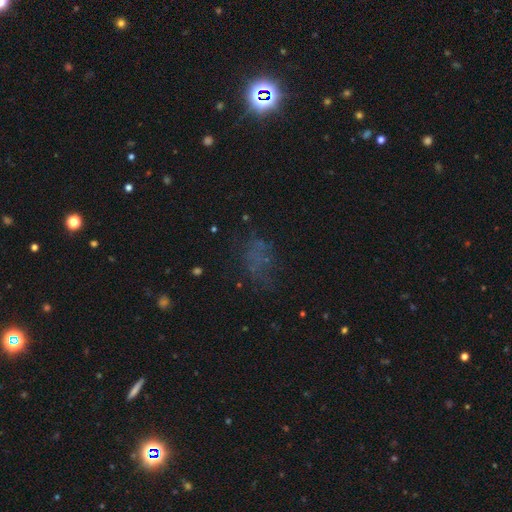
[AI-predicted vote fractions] Smooth or featured?
  - star or artifact: 43% *
  - smooth: 39%
  - featured or disk: 18%